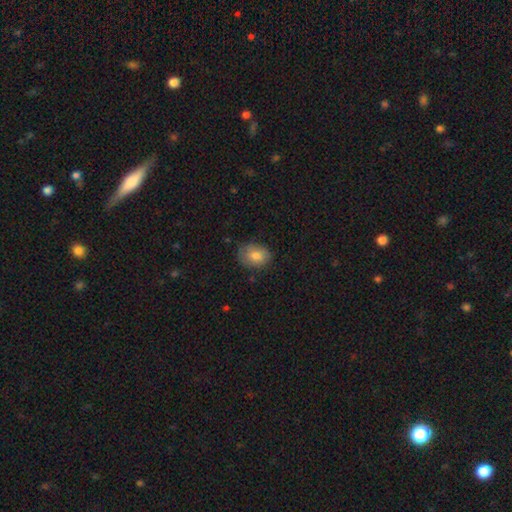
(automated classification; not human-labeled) smooth-or-featured: smooth: 82% | featured or disk: 10% | star or artifact: 8%
  how-rounded: in between: 69% | round: 30% | cigar-shaped: 1%
  merging: none: 76% | minor disturbance: 18% | major disturbance: 4% | merger: 1%